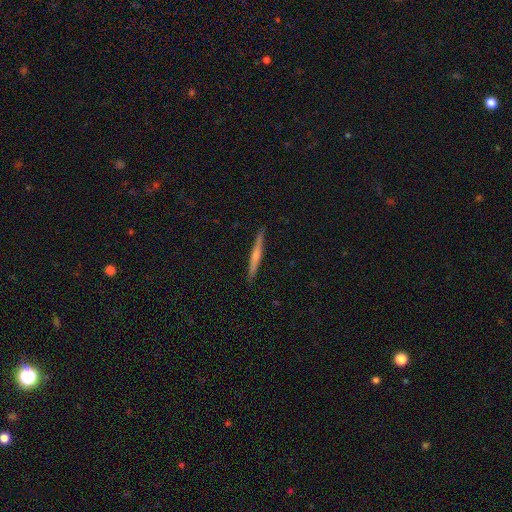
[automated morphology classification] A featured or disk galaxy (55%) viewed edge-on (97%) with a rounded central bulge (59%).

Vote fractions:
- Smooth or featured? featured or disk: 55% / smooth: 39% / star or artifact: 6%
- Edge-on disk? yes: 97% / no: 3%
- Edge-on bulge? rounded: 59% / none: 34% / boxy: 7%
- Merging? none: 91% / minor disturbance: 7% / major disturbance: 1% / merger: 1%